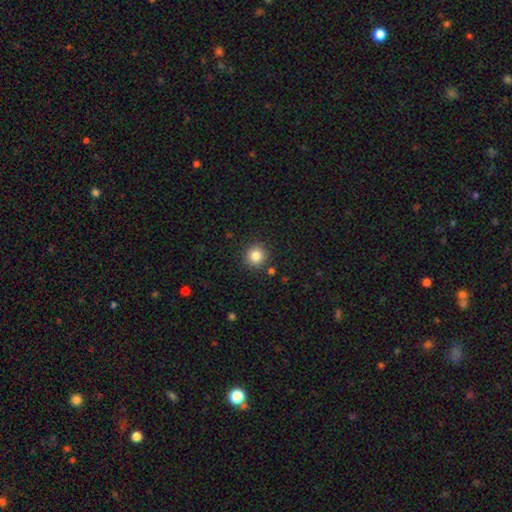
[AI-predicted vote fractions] The model was most divided on "smooth or featured": smooth: 83%, star or artifact: 11%, featured or disk: 6%. More confident: how rounded — round (94%); merging — none (89%).